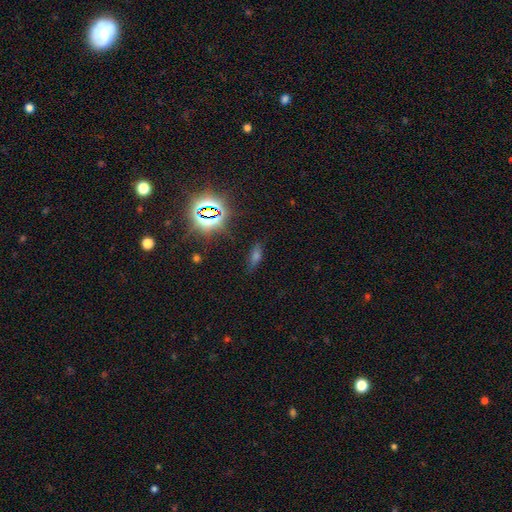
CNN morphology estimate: Smooth or featured?
  - star or artifact: 41% * (tied)
  - smooth: 41% * (tied)
  - featured or disk: 18%